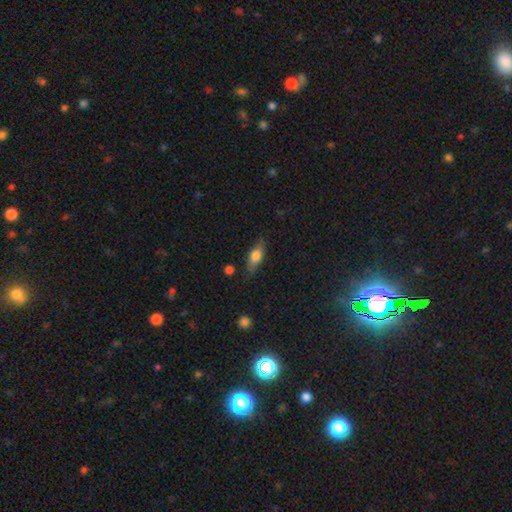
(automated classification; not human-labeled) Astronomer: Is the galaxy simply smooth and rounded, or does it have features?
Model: smooth — 67%.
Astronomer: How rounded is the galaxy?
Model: in between — 69%.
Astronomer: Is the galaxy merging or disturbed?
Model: none — 76%.